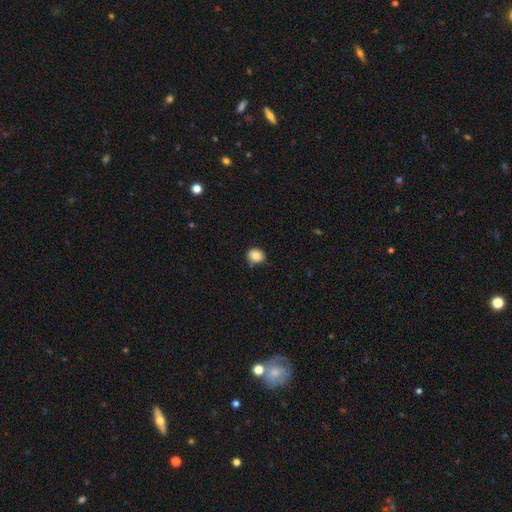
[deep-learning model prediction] Smooth or featured? Predicted: smooth (p=0.87). How rounded? Predicted: round (p=0.56). Merging? Predicted: none (p=0.76).